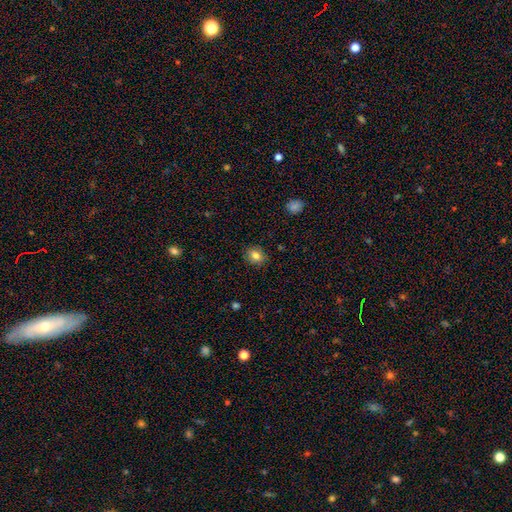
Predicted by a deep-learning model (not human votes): Smooth or featured?
  - smooth: 82% *
  - star or artifact: 10%
  - featured or disk: 8%
How rounded?
  - round: 57% *
  - in between: 42%
  - cigar-shaped: 1%
Merging?
  - none: 87% *
  - minor disturbance: 9%
  - major disturbance: 2%
  - merger: 1%